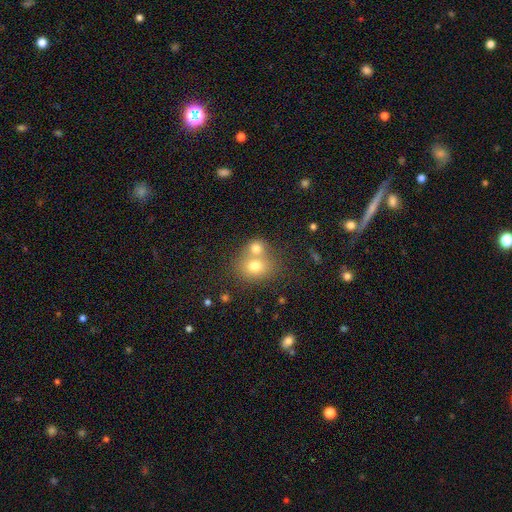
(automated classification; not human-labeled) Smooth or featured?
  - smooth: 68% *
  - featured or disk: 16%
  - star or artifact: 16%
How rounded?
  - round: 70% *
  - in between: 29%
  - cigar-shaped: 1%
Merging?
  - merger: 46% *
  - none: 43%
  - minor disturbance: 7%
  - major disturbance: 3%